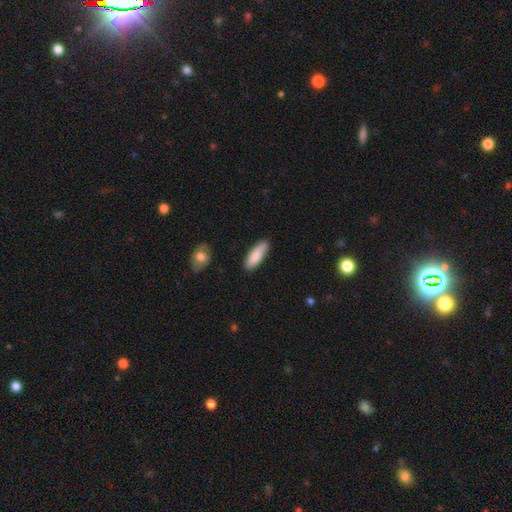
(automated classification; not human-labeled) Overall: smooth (84%). How rounded: in between (57%; cigar-shaped 41%). Merging: none (81%).